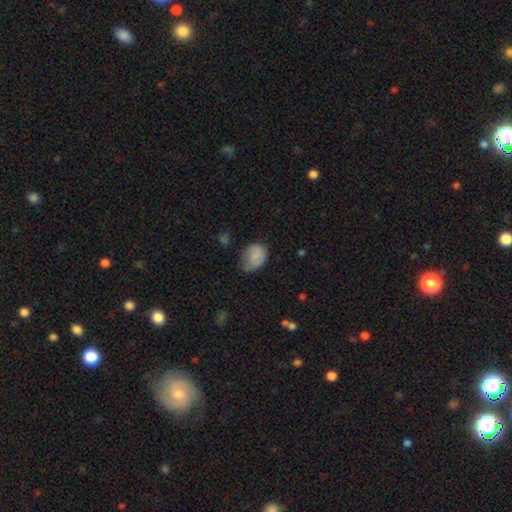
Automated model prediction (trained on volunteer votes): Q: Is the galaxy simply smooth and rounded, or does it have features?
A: smooth — 73%.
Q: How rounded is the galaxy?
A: in between — 65%.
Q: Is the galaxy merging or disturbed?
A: none — 46%.